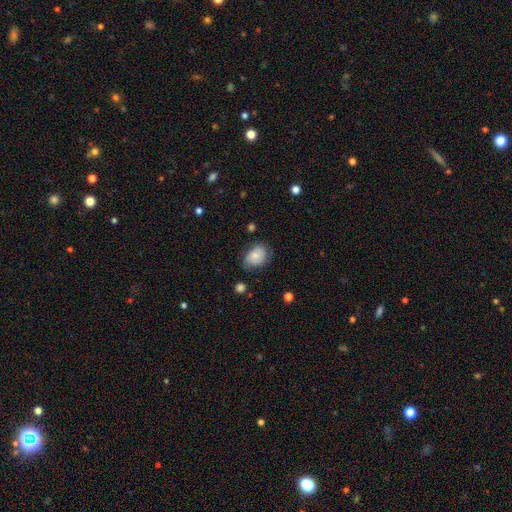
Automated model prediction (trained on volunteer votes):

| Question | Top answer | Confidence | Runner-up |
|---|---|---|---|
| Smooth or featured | smooth | 69% | featured or disk (22%) |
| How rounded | in between | 69% | round (30%) |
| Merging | none | 62% | minor disturbance (28%) |